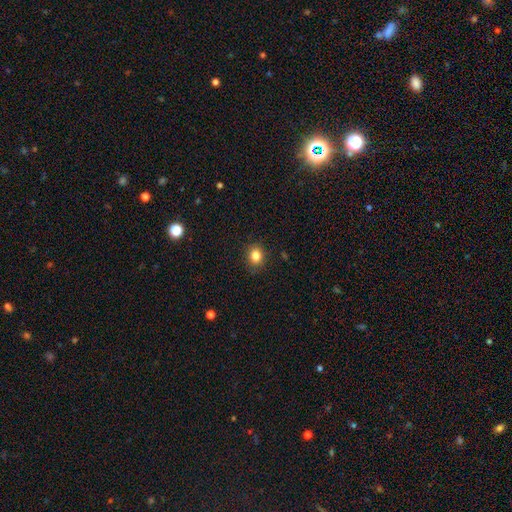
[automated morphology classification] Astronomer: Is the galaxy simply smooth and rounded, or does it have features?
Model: smooth — 84%.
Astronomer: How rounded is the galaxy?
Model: round — 67%.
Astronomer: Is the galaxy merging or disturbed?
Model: none — 88%.